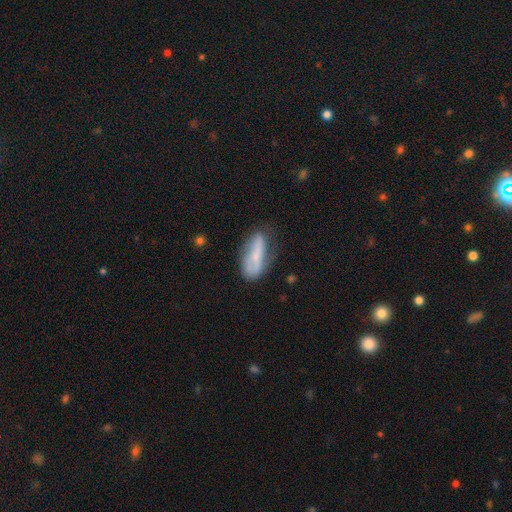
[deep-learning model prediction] Morphology: type=smooth (59%); roundness=in between (65%); merging=none (52%).